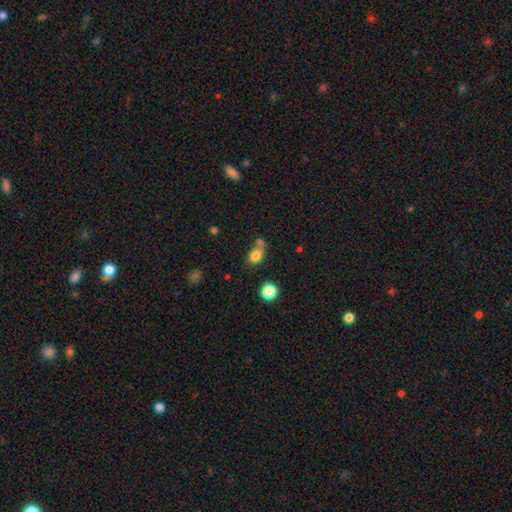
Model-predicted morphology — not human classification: smooth-or-featured: smooth: 80% | star or artifact: 12% | featured or disk: 9%
  how-rounded: in between: 59% | round: 39% | cigar-shaped: 2%
  merging: none: 45% | merger: 31% | minor disturbance: 16% | major disturbance: 7%